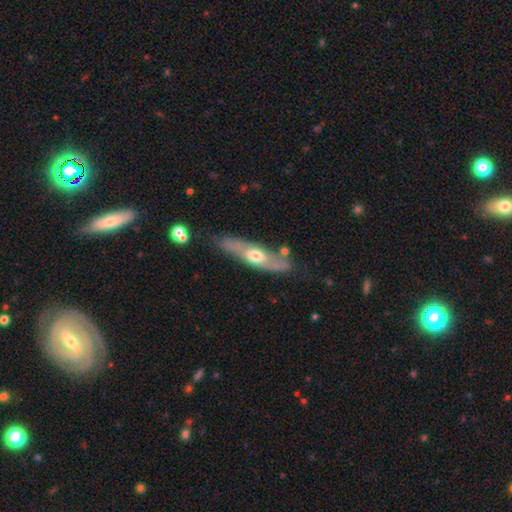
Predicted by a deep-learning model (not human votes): Smooth or featured?
  - featured or disk: 60% *
  - smooth: 34%
  - star or artifact: 5%
Edge-on disk?
  - yes: 51% *
  - no: 49%
Merging?
  - none: 68% *
  - minor disturbance: 20%
  - merger: 6%
  - major disturbance: 6%